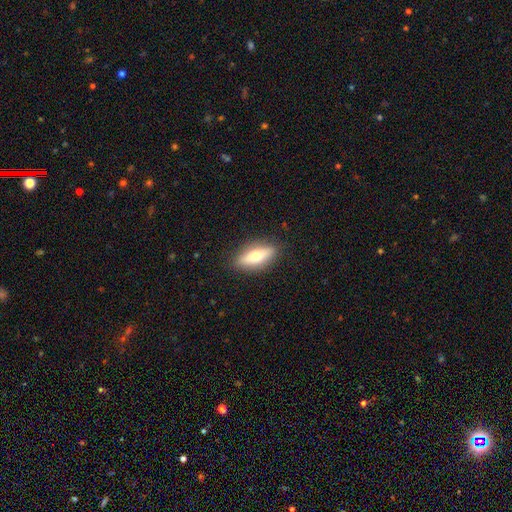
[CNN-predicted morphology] The model was most divided on "smooth or featured": smooth: 61%, featured or disk: 33%, star or artifact: 7%. More confident: merging — none (88%); how rounded — in between (64%).